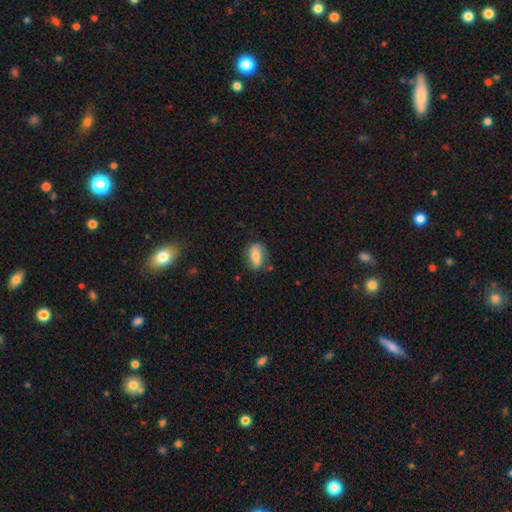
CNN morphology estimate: smooth 68%, featured or disk 25%, star or artifact 8%. Down the decision tree: how rounded — in between (81%); merging — none (69%).